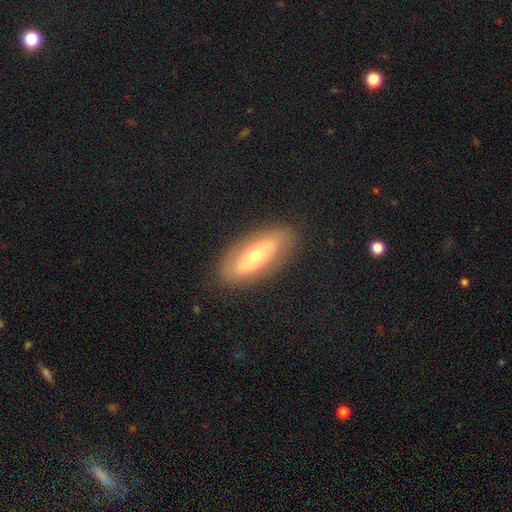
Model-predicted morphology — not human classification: smooth_or_featured: featured or disk (p=0.47) [alt: smooth p=0.46]
merging: none (p=0.84) [alt: minor disturbance p=0.11]